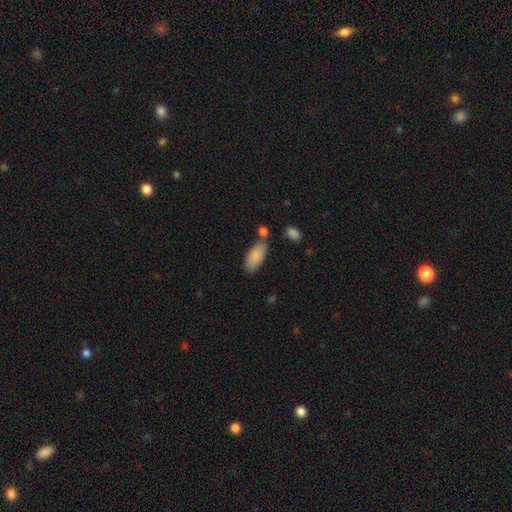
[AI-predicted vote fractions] Smooth or featured? smooth (86%)
How rounded? in between (88%)
Merging? none (68%)